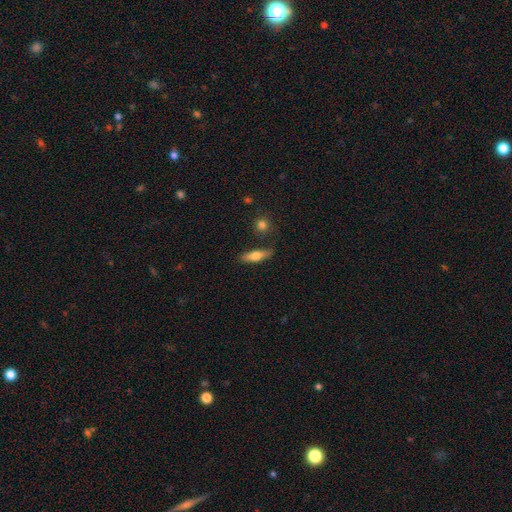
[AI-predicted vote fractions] A smooth galaxy with no disk features (59%) that is cigar-shaped (59%).

Vote fractions:
- Smooth or featured? smooth: 59% / featured or disk: 34% / star or artifact: 7%
- How rounded? cigar-shaped: 59% / in between: 37% / round: 3%
- Merging? none: 82% / minor disturbance: 11% / merger: 4% / major disturbance: 3%